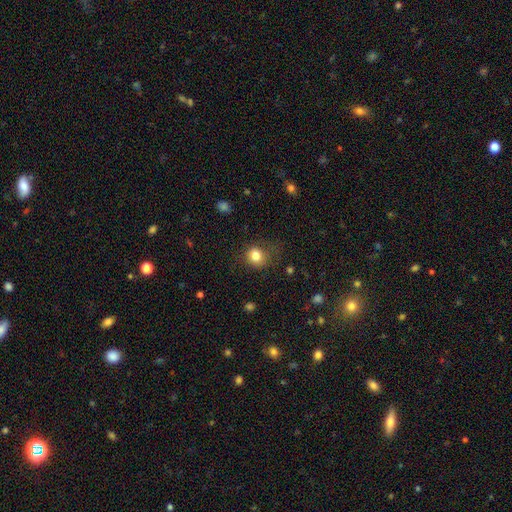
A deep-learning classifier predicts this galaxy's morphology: This appears to be a smooth galaxy with no disk features (82%) that is round (77%). Merging: none (71%).